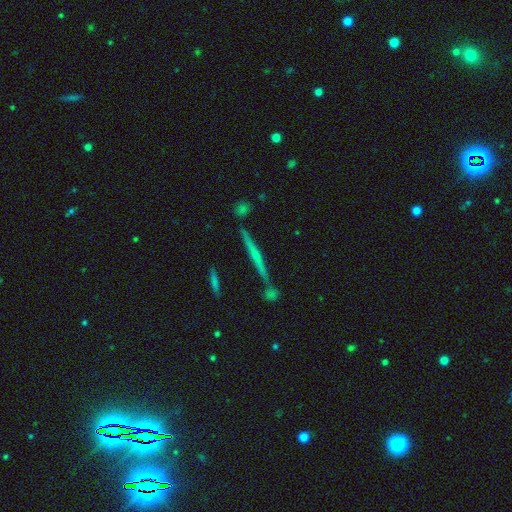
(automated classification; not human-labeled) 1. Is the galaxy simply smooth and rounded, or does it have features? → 65% featured or disk, 26% smooth, 9% star or artifact.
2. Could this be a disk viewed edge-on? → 96% yes, 4% no.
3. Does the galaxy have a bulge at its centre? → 50% none, 41% rounded, 9% boxy.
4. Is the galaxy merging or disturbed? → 81% none, 9% minor disturbance, 7% merger, 3% major disturbance.